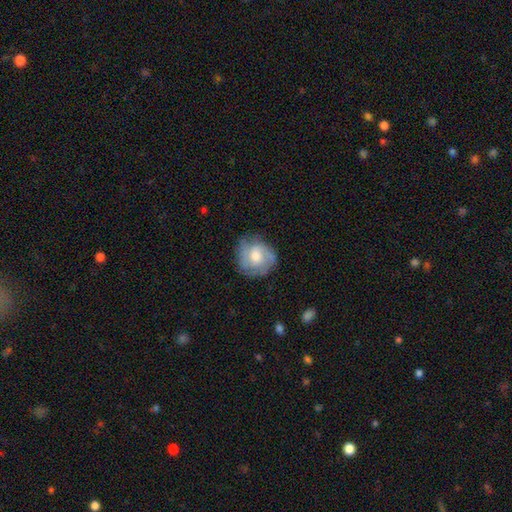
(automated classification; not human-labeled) The model was most divided on "smooth or featured": featured or disk: 50%, smooth: 43%, star or artifact: 7%. More confident: merging — none (67%).